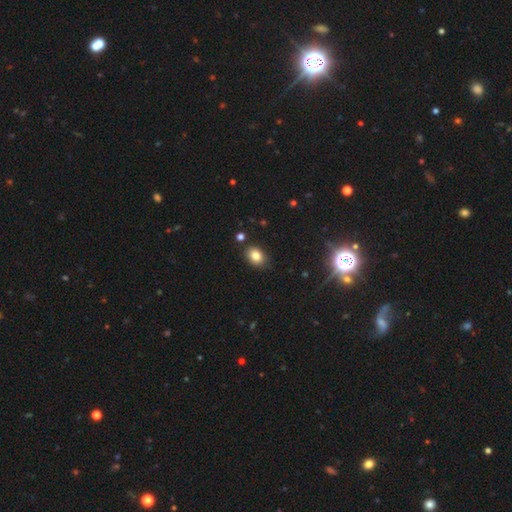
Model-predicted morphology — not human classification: smooth 83%, star or artifact 10%, featured or disk 7%. Down the decision tree: how rounded — in between (72%); merging — none (82%).